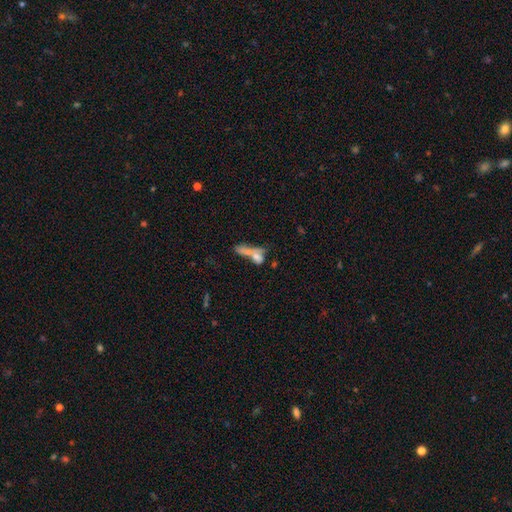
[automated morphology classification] Smooth or featured? smooth (51%)
How rounded? in between (45%)
Merging? merger (52%)